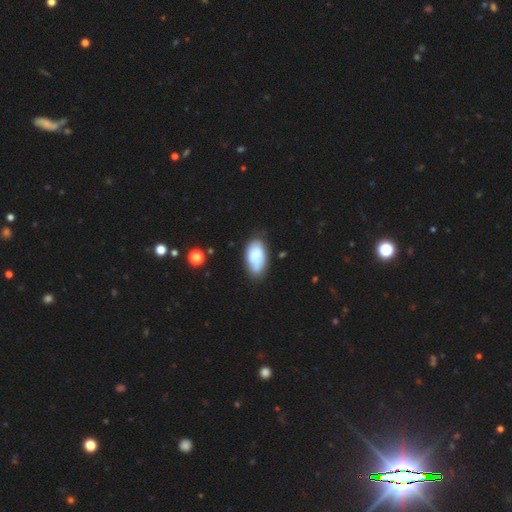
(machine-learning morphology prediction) This is likely a smooth galaxy (67%). How rounded: clearly in between (94%). Merging: possibly none (59%).